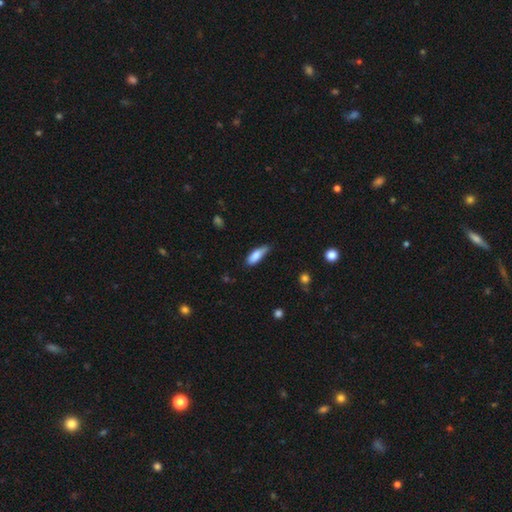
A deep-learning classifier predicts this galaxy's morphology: type=smooth (83%); roundness=in between (64%); merging=none (52%).